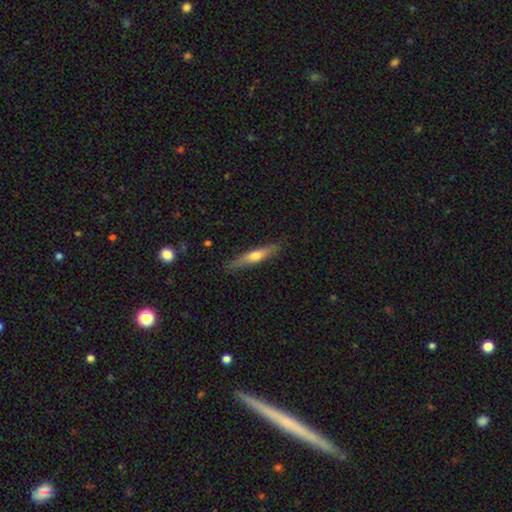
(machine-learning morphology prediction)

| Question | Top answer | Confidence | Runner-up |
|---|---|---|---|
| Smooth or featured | smooth | 49% | featured or disk (45%) |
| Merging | none | 83% | minor disturbance (13%) |